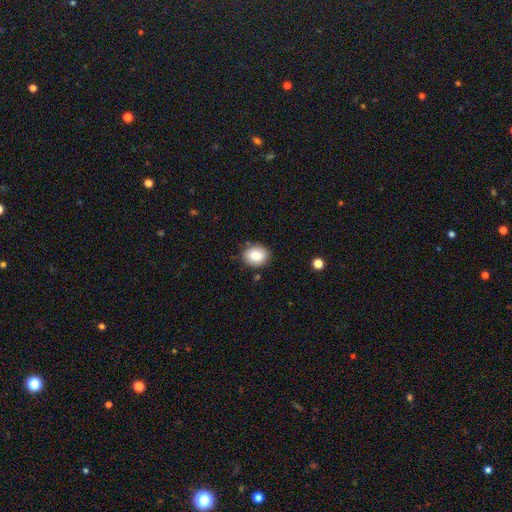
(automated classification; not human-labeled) Smooth or featured? smooth (82%)
How rounded? round (59%)
Merging? none (84%)